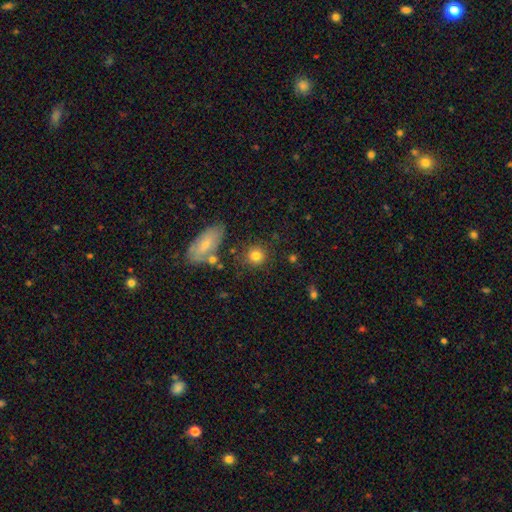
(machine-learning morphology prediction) type=smooth (80%); roundness=round (87%); merging=none (77%).